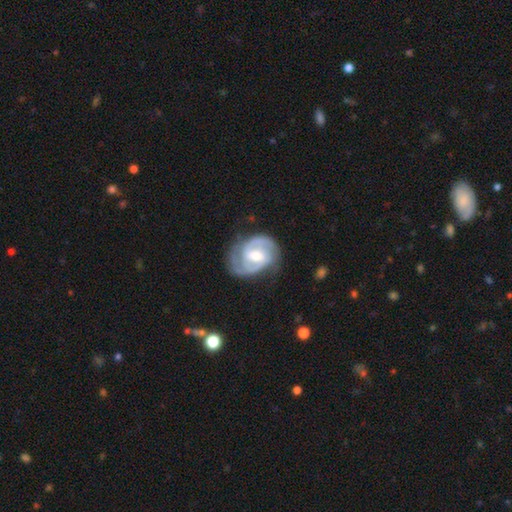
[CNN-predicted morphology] Smooth or featured? Predicted: featured or disk (p=0.86). Edge-on disk? Predicted: no (p=0.98). Bar? Predicted: weak (p=0.54). Spiral arms? Predicted: yes (p=0.95). Spiral winding? Predicted: medium (p=0.45, tied with tight). Spiral arm count? Predicted: 2 (p=0.80). Bulge size? Predicted: moderate (p=0.65). Merging? Predicted: none (p=0.67).